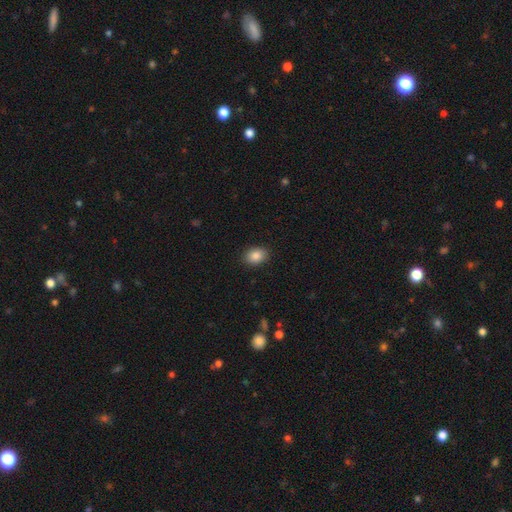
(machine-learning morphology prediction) Overall: smooth (87%). How rounded: in between (72%). Merging: none (89%).